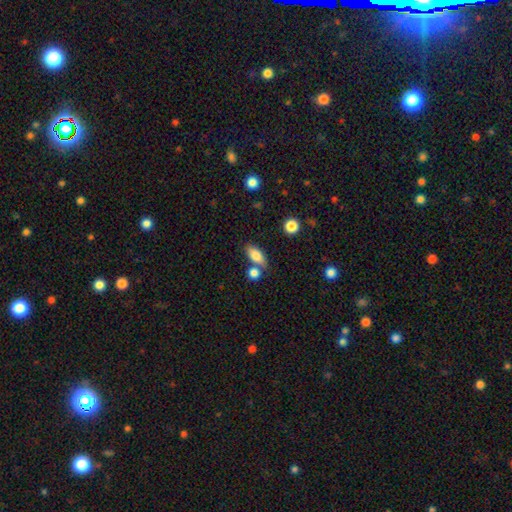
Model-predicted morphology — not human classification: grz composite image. It shows a smooth galaxy with no disk features (80%) that is in between round and cigar-shaped (80%). Merging: none (64%).